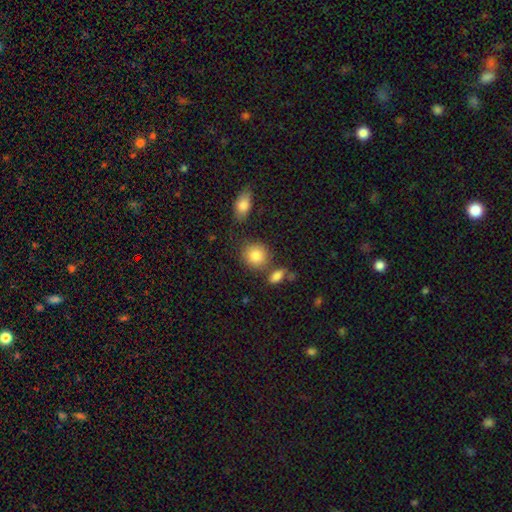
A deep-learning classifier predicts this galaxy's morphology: Smooth or featured: smooth — 85% (star or artifact — 8%)
How rounded: round — 82% (in between — 16%)
Merging: none — 73% (minor disturbance — 12%)